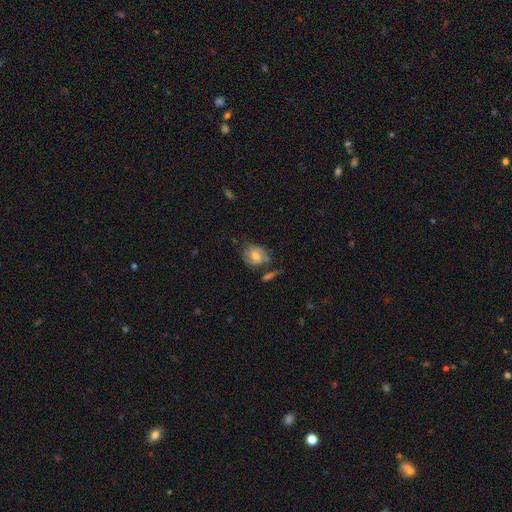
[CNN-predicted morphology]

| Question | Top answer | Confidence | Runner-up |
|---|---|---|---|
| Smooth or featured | smooth | 47% | featured or disk (43%) |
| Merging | none | 55% | minor disturbance (23%) |